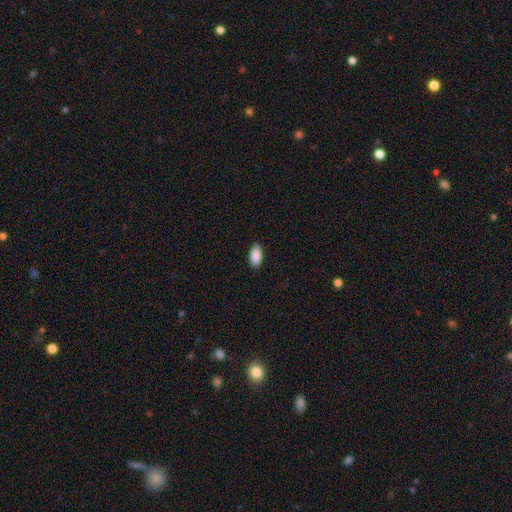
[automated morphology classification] smooth_or_featured: smooth (p=0.90) [alt: star or artifact p=0.06]
how_rounded: in between (p=0.93) [alt: cigar-shaped p=0.05]
merging: none (p=0.89) [alt: minor disturbance p=0.08]